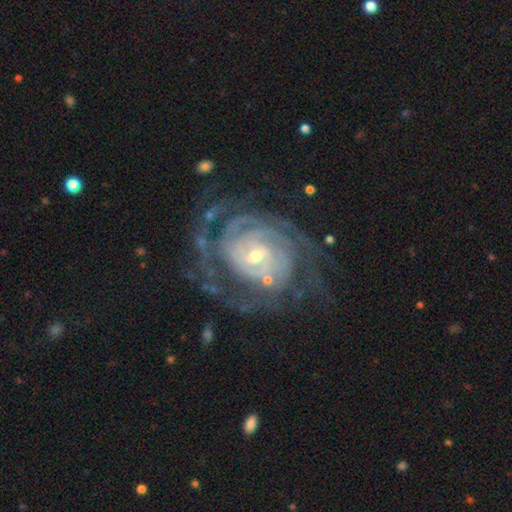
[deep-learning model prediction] Smooth or featured?
  - featured or disk: 91% *
  - star or artifact: 5%
  - smooth: 4%
Edge-on disk?
  - no: 97% *
  - yes: 3%
Bar?
  - no: 45% *
  - weak: 40%
  - strong: 16%
Spiral arms?
  - yes: 98% *
  - no: 2%
Spiral winding?
  - tight: 74% *
  - medium: 22%
  - loose: 4%
Spiral arm count?
  - 2: 26% *
  - can't tell: 24%
  - 3: 21%
  - 4: 15%
  - more than 4: 8%
  - 1: 6%
Bulge size?
  - small: 60% *
  - moderate: 35%
  - large: 2%
  - none: 1%
  - dominant: 1%
Merging?
  - none: 66% *
  - minor disturbance: 17%
  - major disturbance: 14%
  - merger: 3%